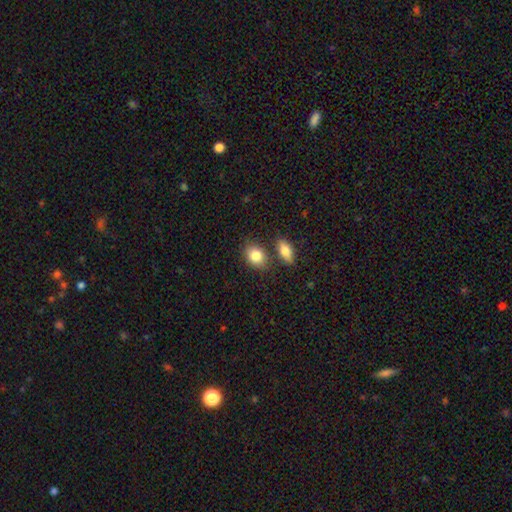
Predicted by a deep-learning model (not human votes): Smooth or featured? Predicted: smooth (p=0.84). How rounded? Predicted: in between (p=0.69). Merging? Predicted: none (p=0.69).